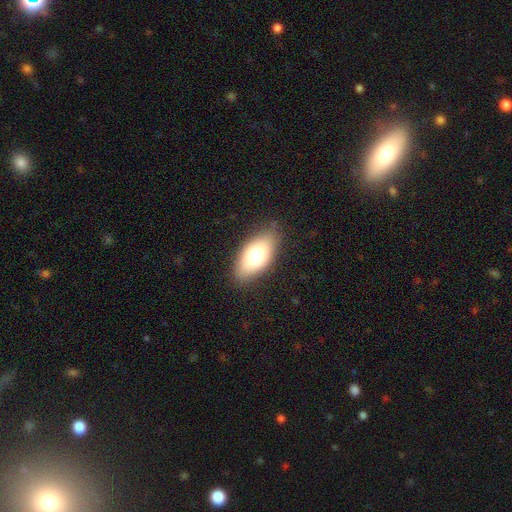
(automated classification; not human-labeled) Morphology: type=smooth (73%); roundness=in between (89%); merging=none (82%).